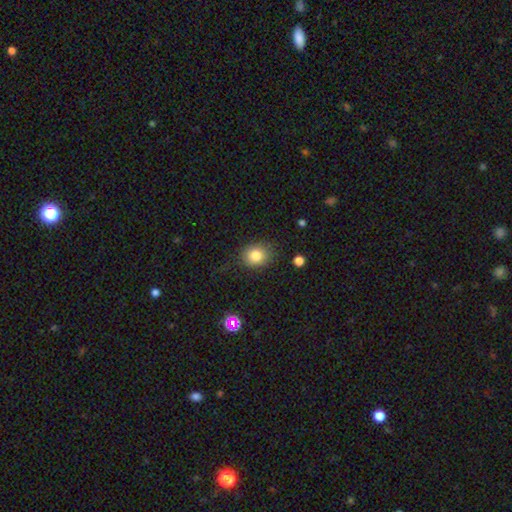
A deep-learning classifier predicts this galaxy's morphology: Smooth or featured? smooth (82%)
How rounded? round (62%)
Merging? none (79%)